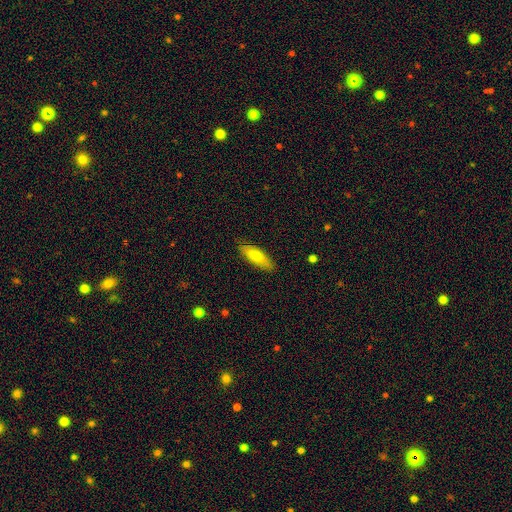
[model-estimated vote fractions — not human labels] A smooth galaxy with no disk features (68%) that is in between round and cigar-shaped (55%). Merging: none (86%).